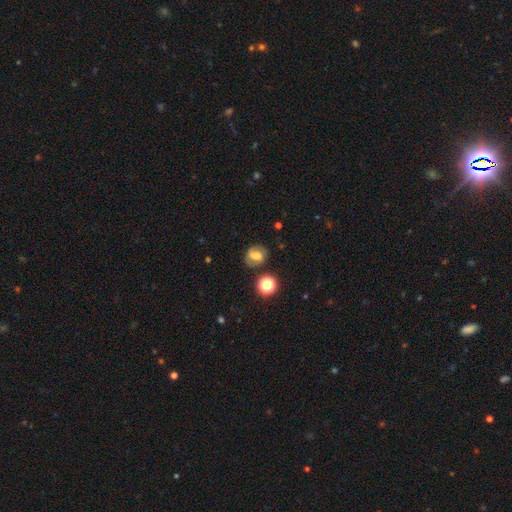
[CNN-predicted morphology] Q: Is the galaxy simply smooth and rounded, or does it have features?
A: smooth — 48%.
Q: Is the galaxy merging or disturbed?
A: none — 74%.